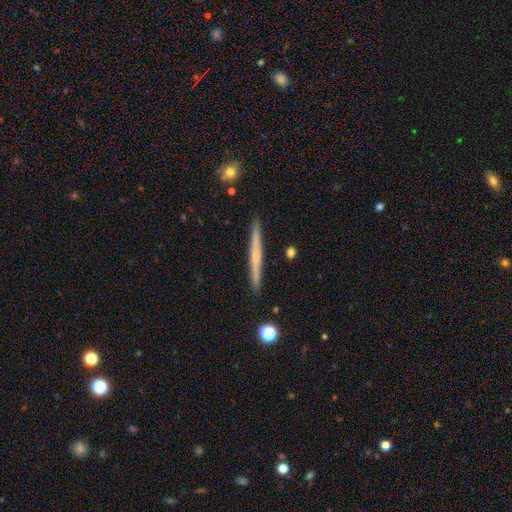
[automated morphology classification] A featured or disk galaxy (61%) viewed edge-on (98%) with no central bulge (52%).

Vote fractions:
- Smooth or featured? featured or disk: 61% / smooth: 32% / star or artifact: 6%
- Edge-on disk? yes: 98% / no: 2%
- Edge-on bulge? none: 52% / rounded: 43% / boxy: 5%
- Merging? none: 92% / minor disturbance: 6% / merger: 1% / major disturbance: 1%